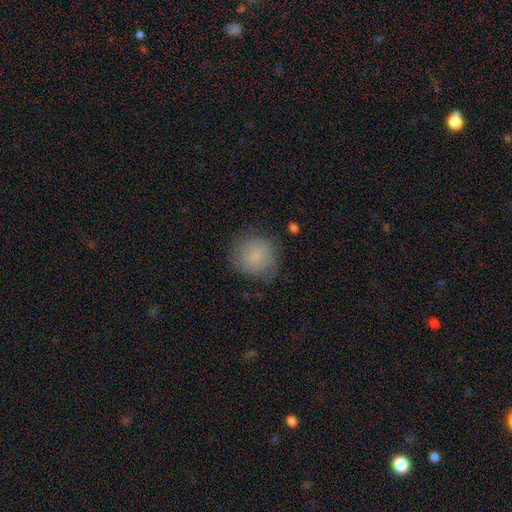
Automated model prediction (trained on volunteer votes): Smooth or featured: smooth — 81% (featured or disk — 11%)
How rounded: round — 90% (in between — 9%)
Merging: none — 74% (minor disturbance — 18%)